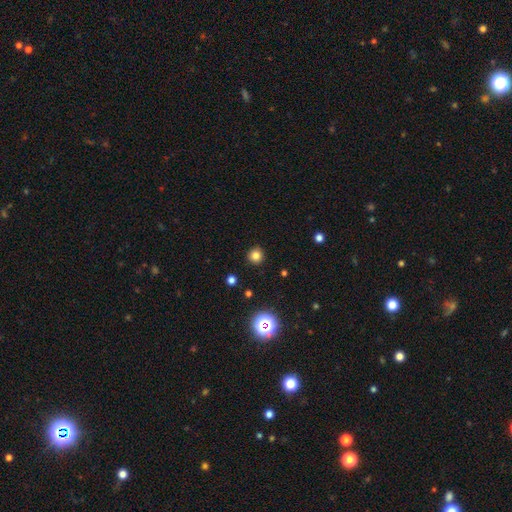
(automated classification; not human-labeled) Morphology: type=smooth (79%); roundness=round (94%); merging=none (92%).